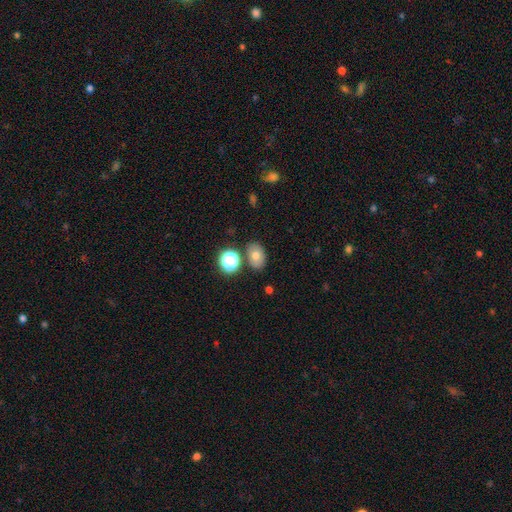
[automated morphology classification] The model was most divided on "how rounded": in between: 73%, round: 26%, cigar-shaped: 1%. More confident: merging — none (79%); smooth or featured — smooth (68%).